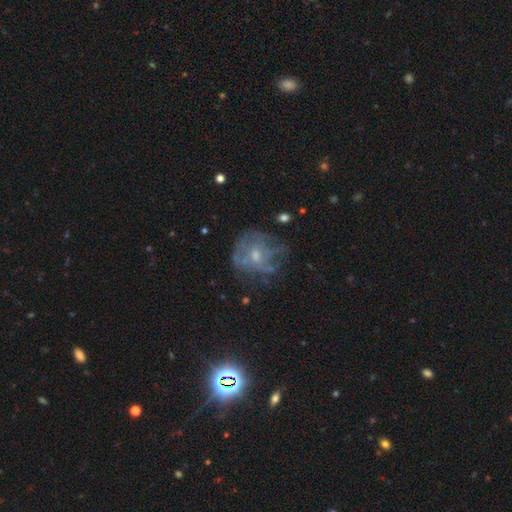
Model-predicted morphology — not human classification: Smooth or featured? featured or disk (56%)
Edge-on disk? no (97%)
Bar? no (76%)
Spiral arms? no (61%)
Bulge size? small (50%)
Merging? none (51%)